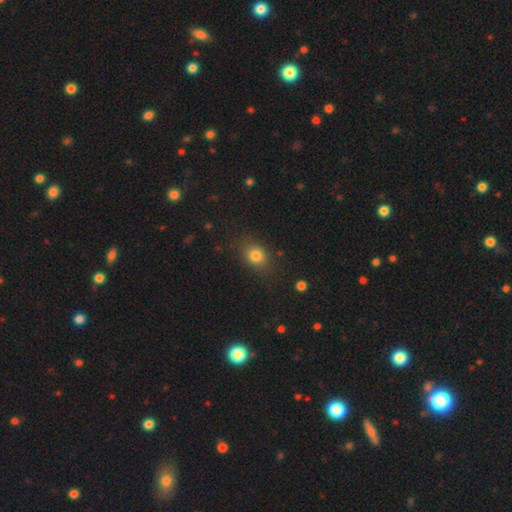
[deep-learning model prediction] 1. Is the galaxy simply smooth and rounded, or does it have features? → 81% smooth, 12% star or artifact, 8% featured or disk.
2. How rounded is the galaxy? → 51% in between, 47% round, 2% cigar-shaped.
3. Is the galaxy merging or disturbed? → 79% none, 14% minor disturbance, 5% major disturbance, 2% merger.